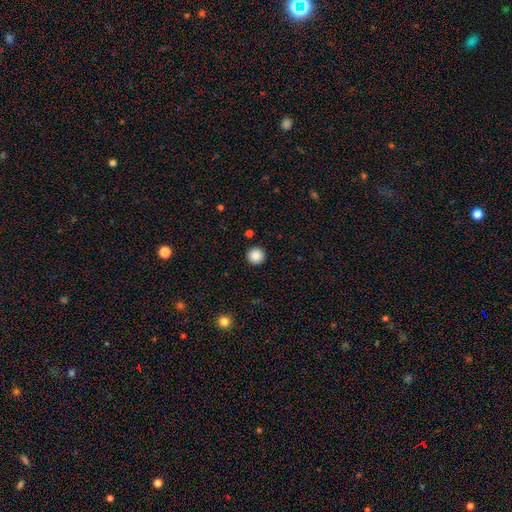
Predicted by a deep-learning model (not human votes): The model was most divided on "smooth or featured": smooth: 87%, star or artifact: 10%, featured or disk: 4%. More confident: how rounded — round (96%); merging — none (93%).